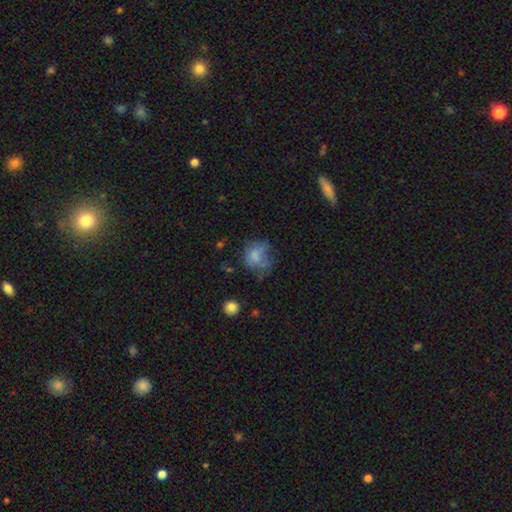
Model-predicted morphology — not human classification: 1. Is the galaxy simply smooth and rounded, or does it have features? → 61% smooth, 26% featured or disk, 13% star or artifact.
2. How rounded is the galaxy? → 55% round, 44% in between, 1% cigar-shaped.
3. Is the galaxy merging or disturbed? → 35% none, 34% major disturbance, 26% minor disturbance, 5% merger.